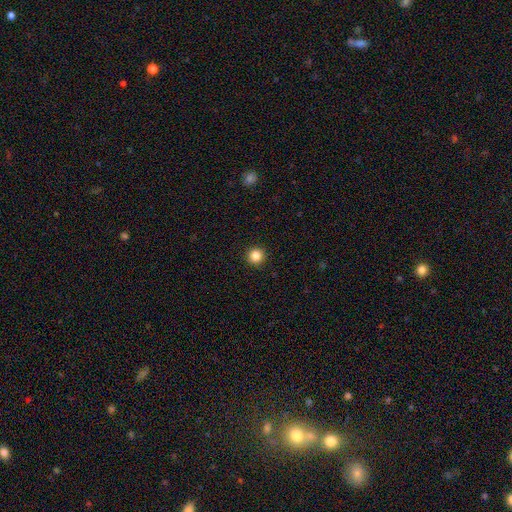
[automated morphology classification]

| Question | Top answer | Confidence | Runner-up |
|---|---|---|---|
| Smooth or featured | smooth | 85% | star or artifact (11%) |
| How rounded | round | 96% | in between (3%) |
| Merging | none | 93% | minor disturbance (4%) |